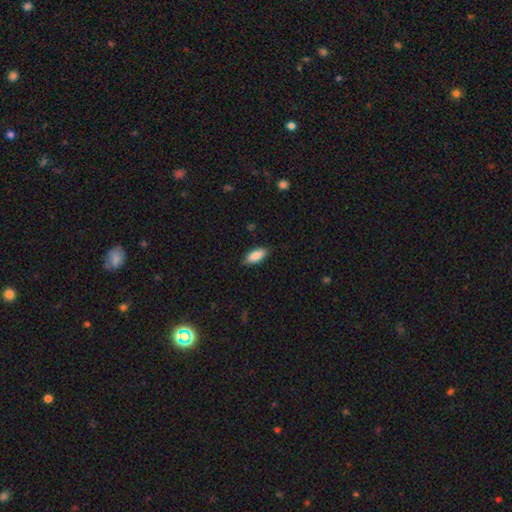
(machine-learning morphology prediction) Overall: smooth (86%). How rounded: in between (83%). Merging: none (84%).